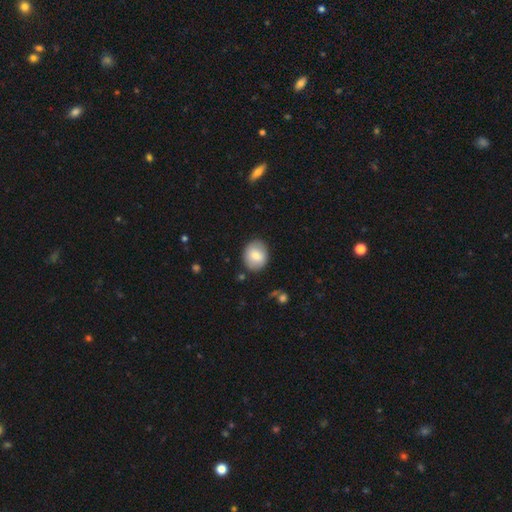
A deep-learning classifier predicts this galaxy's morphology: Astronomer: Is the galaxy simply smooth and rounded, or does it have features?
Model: smooth — 79%.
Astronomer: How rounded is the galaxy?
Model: round — 62%.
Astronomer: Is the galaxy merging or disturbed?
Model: none — 85%.